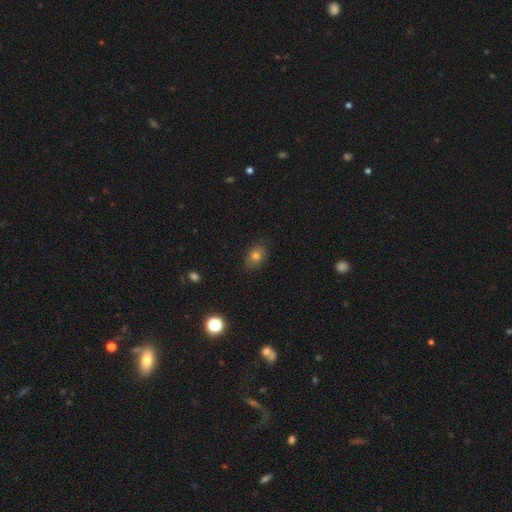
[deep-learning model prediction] Q: Smooth or featured?
A: smooth (77%); runner-up: star or artifact (12%)
Q: How rounded?
A: in between (72%); runner-up: round (27%)
Q: Merging?
A: none (82%); runner-up: minor disturbance (14%)